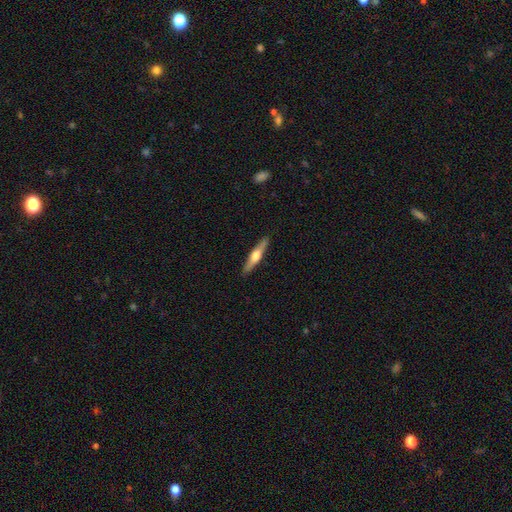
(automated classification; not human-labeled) Smooth or featured: featured or disk — 52% (smooth — 43%)
Edge-on disk: yes — 94% (no — 6%)
Merging: none — 90% (minor disturbance — 7%)